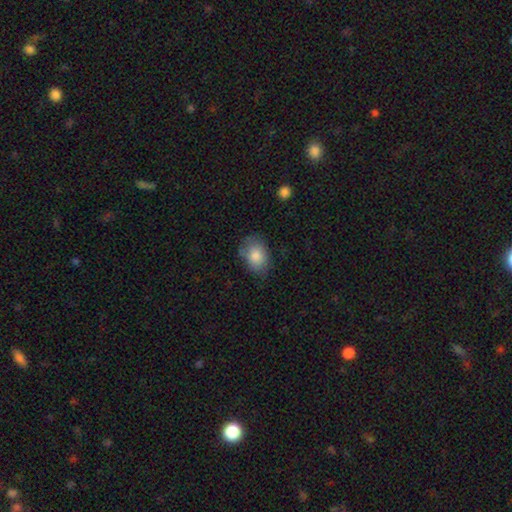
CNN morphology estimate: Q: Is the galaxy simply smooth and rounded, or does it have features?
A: smooth — 84%.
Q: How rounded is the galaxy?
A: in between — 76%.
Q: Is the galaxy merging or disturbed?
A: none — 69%.